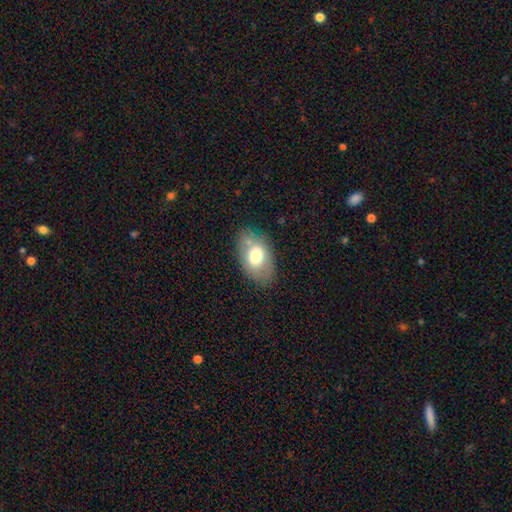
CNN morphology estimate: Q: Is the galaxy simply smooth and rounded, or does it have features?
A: smooth — 69%.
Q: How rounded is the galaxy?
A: in between — 88%.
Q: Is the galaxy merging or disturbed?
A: none — 74%.